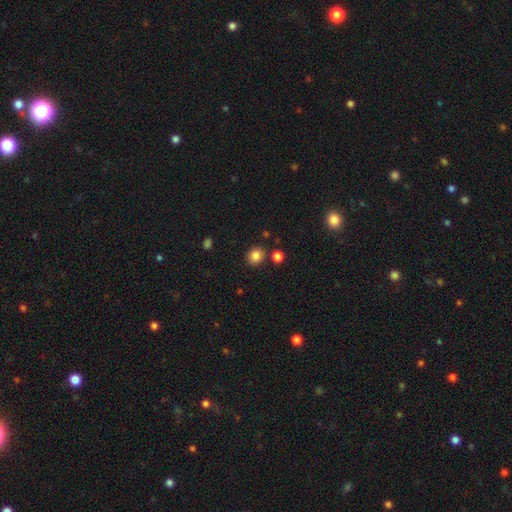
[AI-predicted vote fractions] smooth-or-featured: smooth: 83% | star or artifact: 11% | featured or disk: 6%
  how-rounded: round: 79% | in between: 21% | cigar-shaped: 1%
  merging: none: 85% | minor disturbance: 8% | merger: 5% | major disturbance: 2%